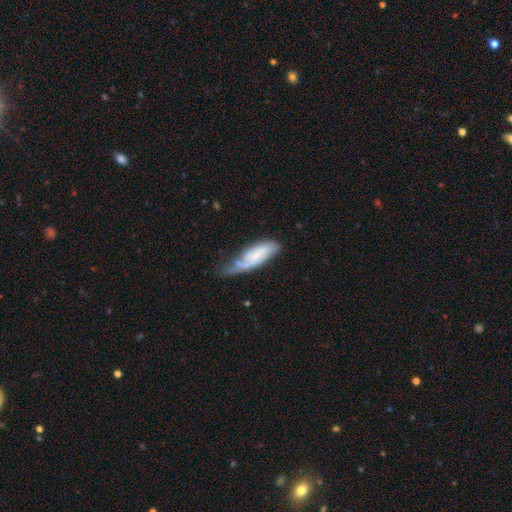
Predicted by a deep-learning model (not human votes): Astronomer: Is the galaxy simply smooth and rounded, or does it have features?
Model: featured or disk — 50% (runner-up: smooth, 43%).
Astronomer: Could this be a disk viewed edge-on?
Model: no — 84%.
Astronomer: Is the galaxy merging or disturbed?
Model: minor disturbance — 39% (runner-up: none, 34%).